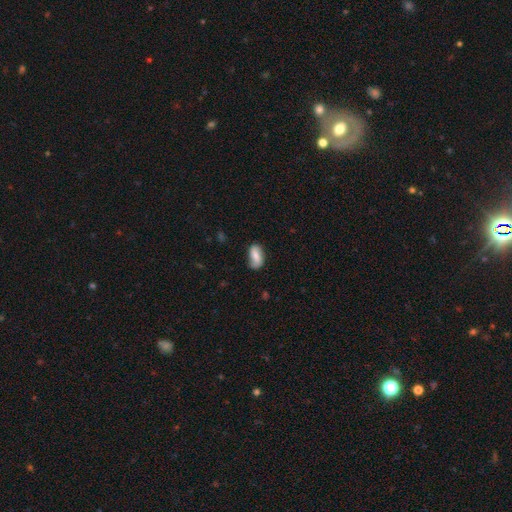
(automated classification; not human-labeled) This is likely a smooth galaxy (65%). How rounded: clearly in between (90%). Merging: likely none (64%).